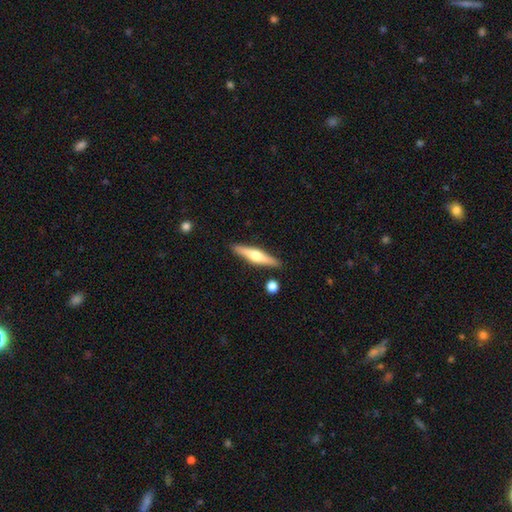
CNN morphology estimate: featured or disk 60%, smooth 35%, star or artifact 5%. Down the decision tree: edge-on disk — yes (96%); edge-on bulge — rounded (92%); merging — none (88%).